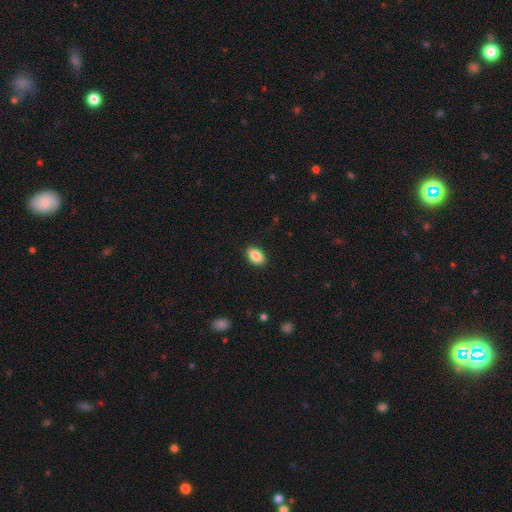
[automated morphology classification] Smooth or featured? smooth (87%)
How rounded? in between (91%)
Merging? none (89%)